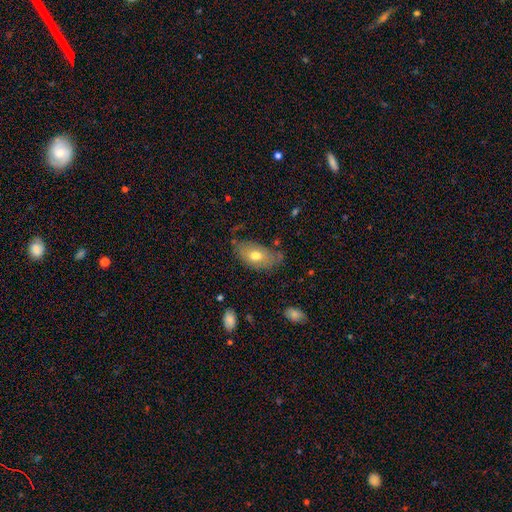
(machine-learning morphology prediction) Smooth or featured? Predicted: smooth (p=0.67). How rounded? Predicted: in between (p=0.91). Merging? Predicted: none (p=0.60).